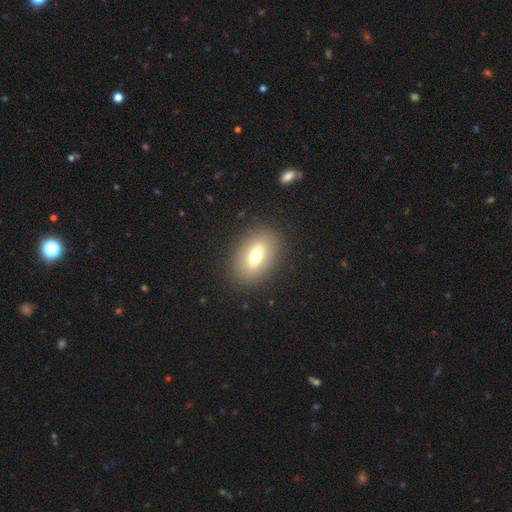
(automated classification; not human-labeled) This appears to be a smooth galaxy with no disk features (65%) that is in between round and cigar-shaped (82%). Merging: none (86%).